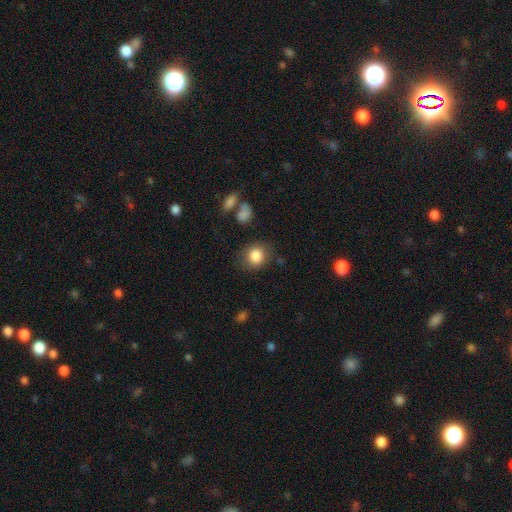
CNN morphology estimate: Smooth or featured? Predicted: smooth (p=0.85). How rounded? Predicted: round (p=0.77). Merging? Predicted: none (p=0.78).